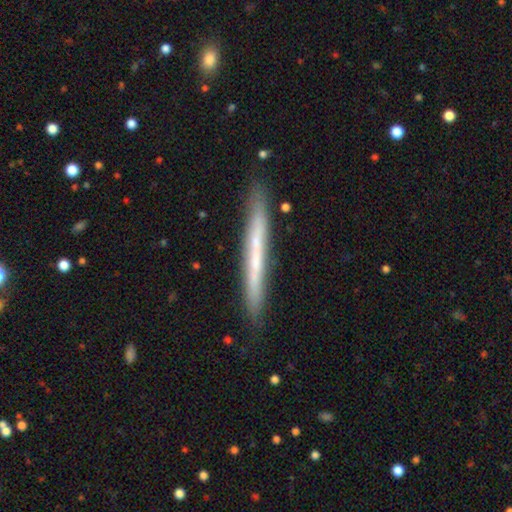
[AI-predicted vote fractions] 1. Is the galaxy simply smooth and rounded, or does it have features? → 50% featured or disk, 43% smooth, 6% star or artifact.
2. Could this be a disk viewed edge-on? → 94% yes, 6% no.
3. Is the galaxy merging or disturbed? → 88% none, 9% minor disturbance, 2% major disturbance, 2% merger.